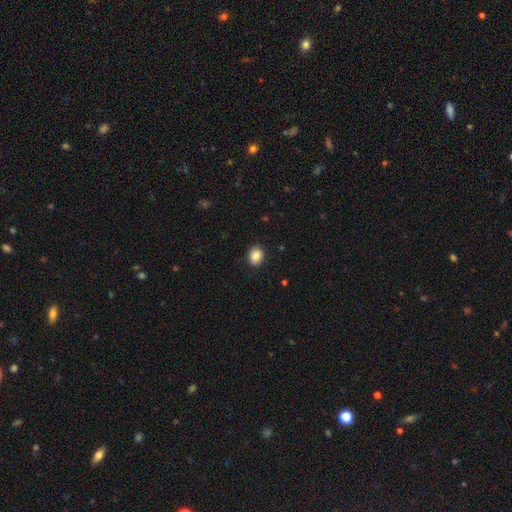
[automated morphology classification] Overall: smooth (87%). How rounded: in between (54%; round 46%). Merging: none (89%).